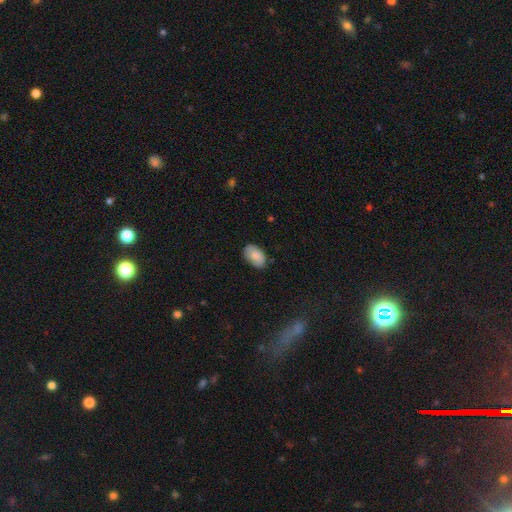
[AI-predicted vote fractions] A smooth galaxy with no disk features (82%) that is in between round and cigar-shaped (91%).

Vote fractions:
- Smooth or featured? smooth: 82% / featured or disk: 11% / star or artifact: 7%
- How rounded? in between: 91% / round: 8% / cigar-shaped: 1%
- Merging? none: 79% / minor disturbance: 17% / major disturbance: 3% / merger: 1%